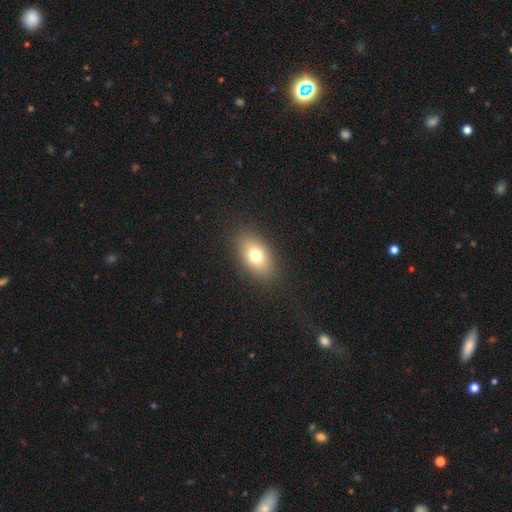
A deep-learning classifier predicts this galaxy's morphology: A smooth galaxy with no disk features (74%) that is in between round and cigar-shaped (86%).

Vote fractions:
- Smooth or featured? smooth: 74% / featured or disk: 15% / star or artifact: 10%
- How rounded? in between: 86% / round: 12% / cigar-shaped: 3%
- Merging? none: 87% / minor disturbance: 8% / major disturbance: 3% / merger: 1%